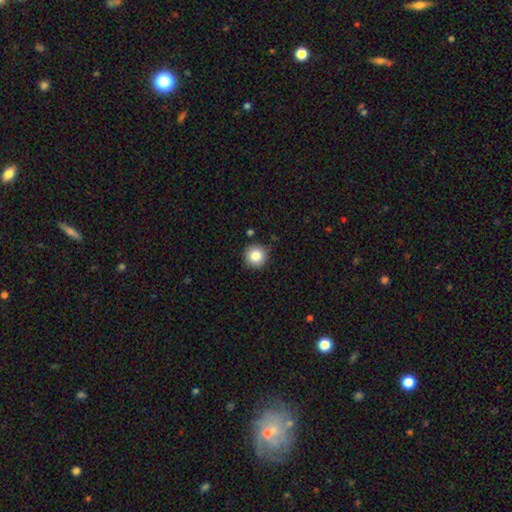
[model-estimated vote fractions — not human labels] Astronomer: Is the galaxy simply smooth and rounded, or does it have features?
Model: smooth — 84%.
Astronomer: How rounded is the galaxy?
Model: round — 95%.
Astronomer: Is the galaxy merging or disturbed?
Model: none — 87%.